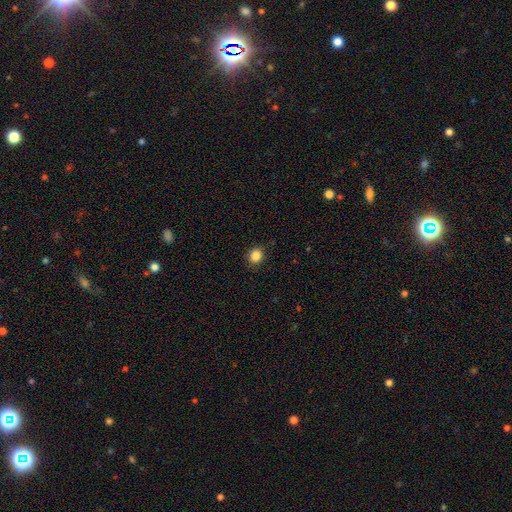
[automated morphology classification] Smooth or featured? Predicted: smooth (p=0.85). How rounded? Predicted: round (p=0.79). Merging? Predicted: none (p=0.89).